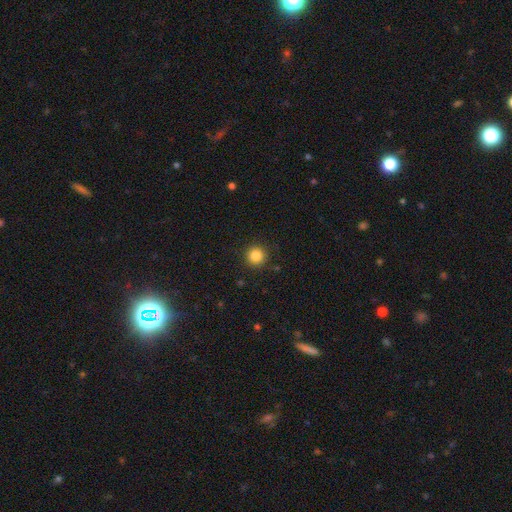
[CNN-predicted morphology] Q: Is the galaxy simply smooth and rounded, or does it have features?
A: smooth — 84%.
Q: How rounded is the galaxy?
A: round — 94%.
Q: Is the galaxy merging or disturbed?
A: none — 91%.